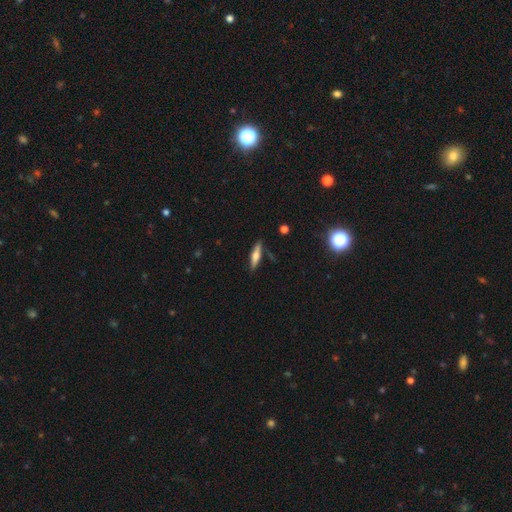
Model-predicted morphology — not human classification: Smooth or featured?
  - smooth: 53% *
  - featured or disk: 40%
  - star or artifact: 7%
How rounded?
  - cigar-shaped: 74% *
  - in between: 24%
  - round: 2%
Merging?
  - none: 84% *
  - minor disturbance: 12%
  - merger: 3%
  - major disturbance: 2%